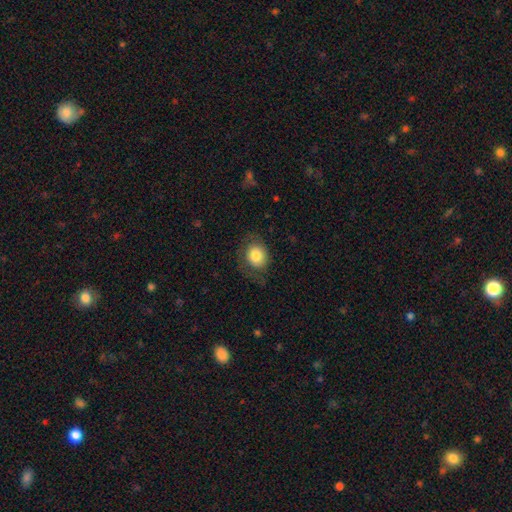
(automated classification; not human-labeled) The model was most divided on "how rounded": round: 60%, in between: 39%, cigar-shaped: 1%. More confident: smooth or featured — smooth (76%); merging — none (66%).